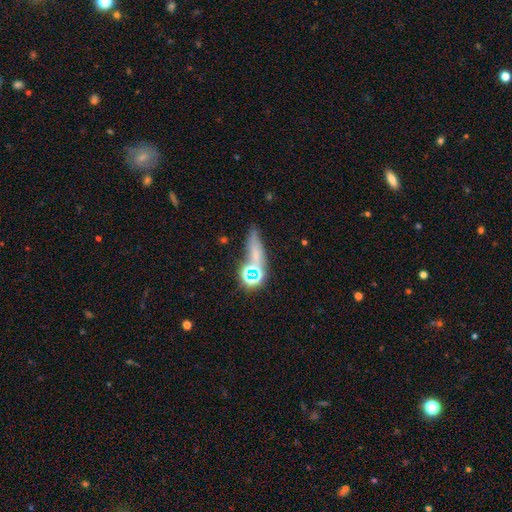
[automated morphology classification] Smooth or featured? Predicted: smooth (p=0.50). Merging? Predicted: none (p=0.52).